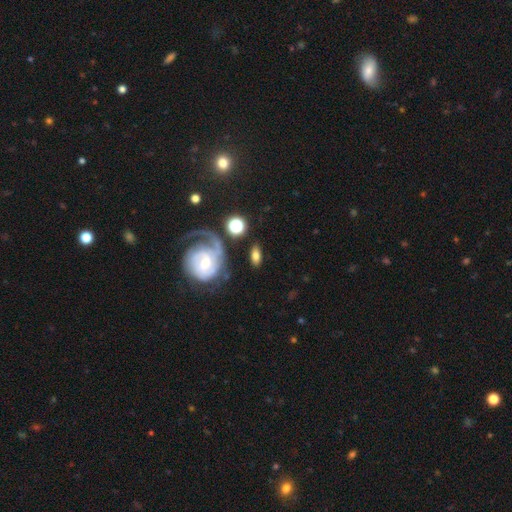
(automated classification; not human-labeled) Smooth or featured? Predicted: smooth (p=0.56). How rounded? Predicted: in between (p=0.76). Merging? Predicted: none (p=0.71).